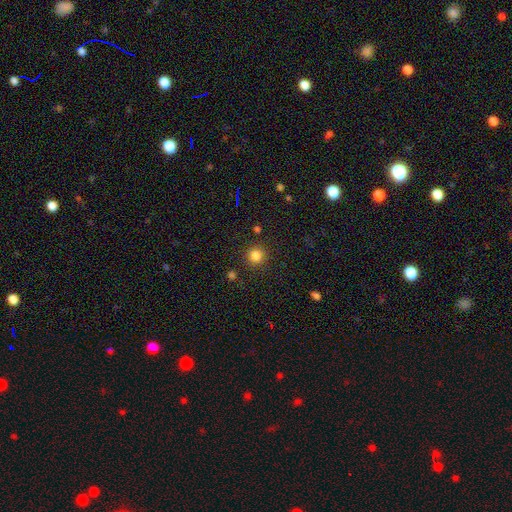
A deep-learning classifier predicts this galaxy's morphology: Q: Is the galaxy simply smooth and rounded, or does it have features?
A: smooth — 82%.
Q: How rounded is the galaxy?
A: round — 93%.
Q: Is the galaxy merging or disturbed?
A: none — 88%.